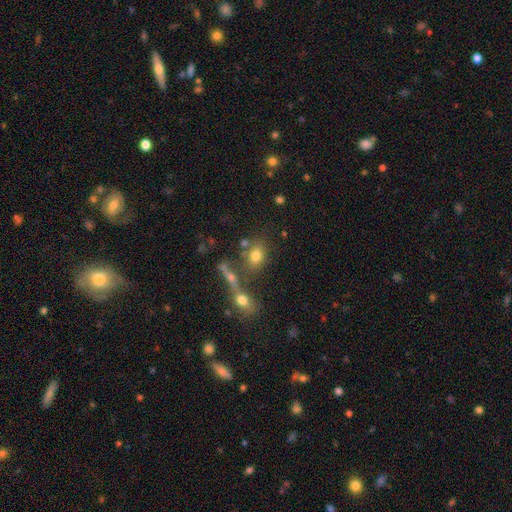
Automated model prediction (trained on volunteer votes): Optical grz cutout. It shows a smooth galaxy with no disk features (71%) that is in between round and cigar-shaped (66%). Merging: none (55%).